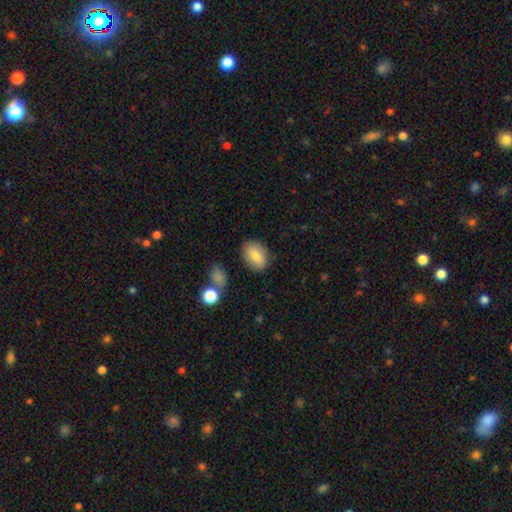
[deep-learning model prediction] Smooth or featured? smooth (81%)
How rounded? in between (82%)
Merging? none (81%)